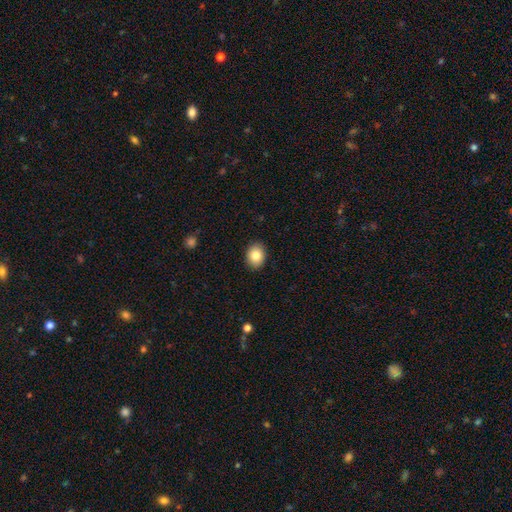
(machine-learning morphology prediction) Overall: smooth (85%). How rounded: in between (58%; round 41%). Merging: none (90%).